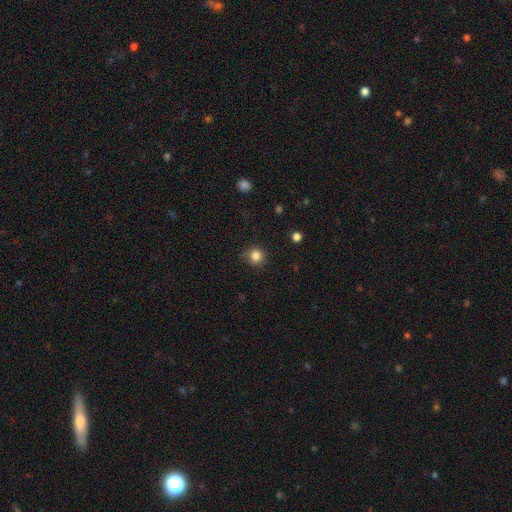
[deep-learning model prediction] Smooth or featured?
  - smooth: 84% *
  - star or artifact: 12%
  - featured or disk: 4%
How rounded?
  - round: 92% *
  - in between: 7%
  - cigar-shaped: 1%
Merging?
  - none: 83% *
  - minor disturbance: 12%
  - major disturbance: 3%
  - merger: 1%